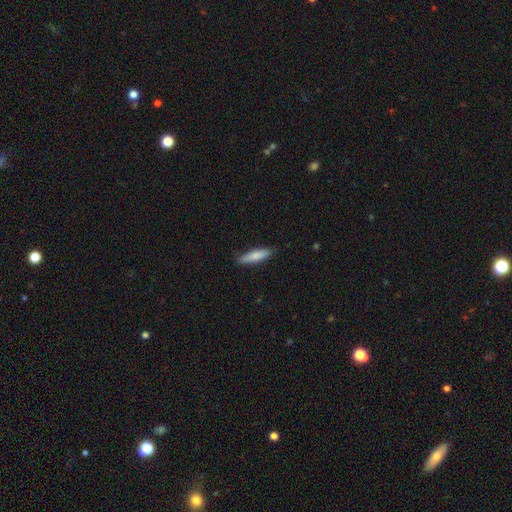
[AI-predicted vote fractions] Smooth or featured? Predicted: smooth (p=0.78). How rounded? Predicted: cigar-shaped (p=0.77). Merging? Predicted: none (p=0.85).